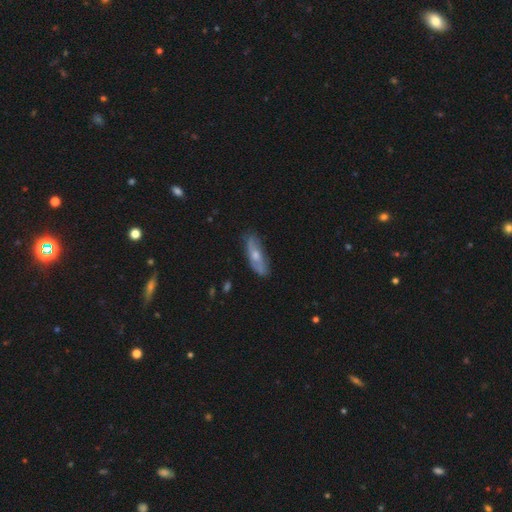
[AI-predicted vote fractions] Smooth or featured? Predicted: featured or disk (p=0.51). Edge-on disk? Predicted: no (p=0.60). Merging? Predicted: none (p=0.75).